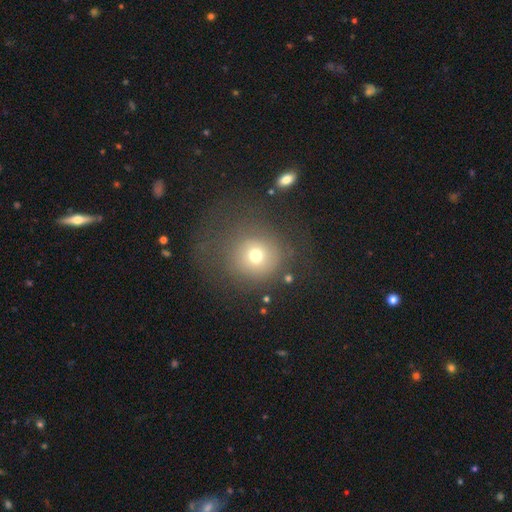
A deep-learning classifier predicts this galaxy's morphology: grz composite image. It shows a smooth galaxy with no disk features (68%) that is round (90%). Merging: none (60%).